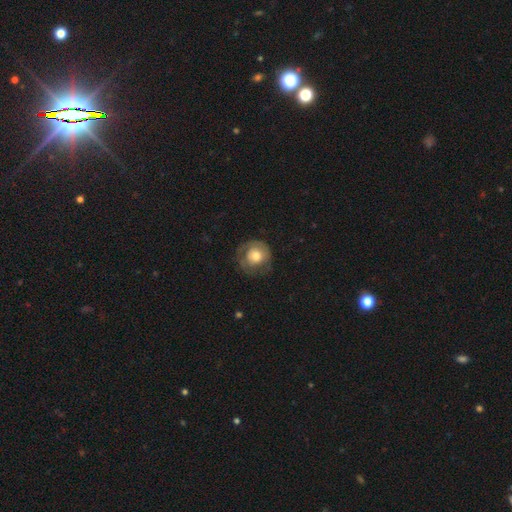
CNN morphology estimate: This is possibly a smooth galaxy (57%). How rounded: clearly round (88%). Merging: possibly none (58%).